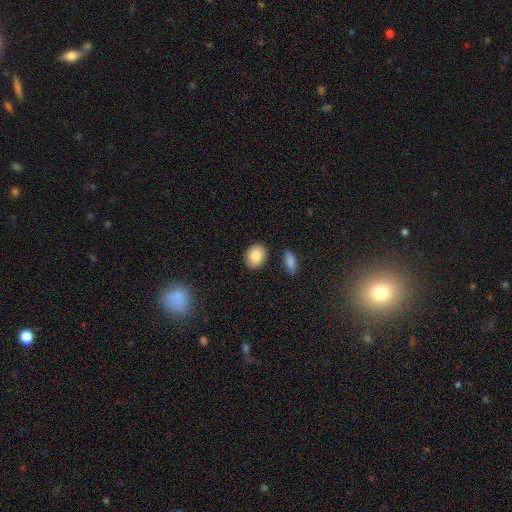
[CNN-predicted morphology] This appears to be a smooth galaxy with no disk features (87%) that is in between round and cigar-shaped (60%). Merging: none (83%).